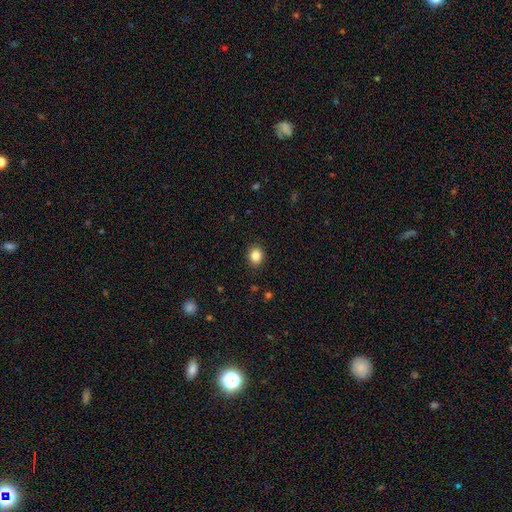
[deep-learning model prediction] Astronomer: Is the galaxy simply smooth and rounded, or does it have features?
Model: smooth — 85%.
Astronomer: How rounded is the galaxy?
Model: round — 63%.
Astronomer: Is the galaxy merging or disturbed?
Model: none — 90%.